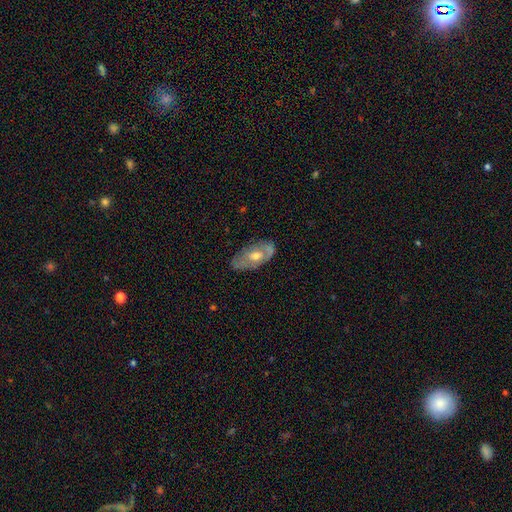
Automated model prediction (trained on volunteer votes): smooth_or_featured: featured or disk (p=0.59) [alt: smooth p=0.34]
disk_edge_on: no (p=0.87) [alt: yes p=0.13]
bar: no (p=0.69) [alt: weak p=0.25]
has_spiral_arms: no (p=0.53) [alt: yes p=0.47]
bulge_size: moderate (p=0.71) [alt: small p=0.19]
merging: none (p=0.71) [alt: minor disturbance p=0.22]